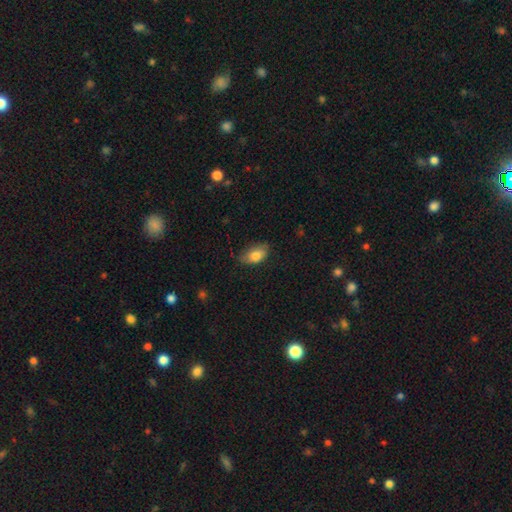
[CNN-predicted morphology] Smooth or featured? smooth (80%)
How rounded? in between (91%)
Merging? none (68%)